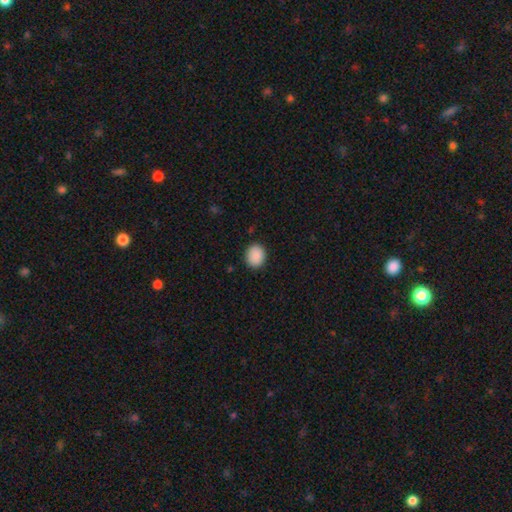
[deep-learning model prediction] This appears to be a smooth galaxy with no disk features (90%) that is round (66%). Merging: none (89%).